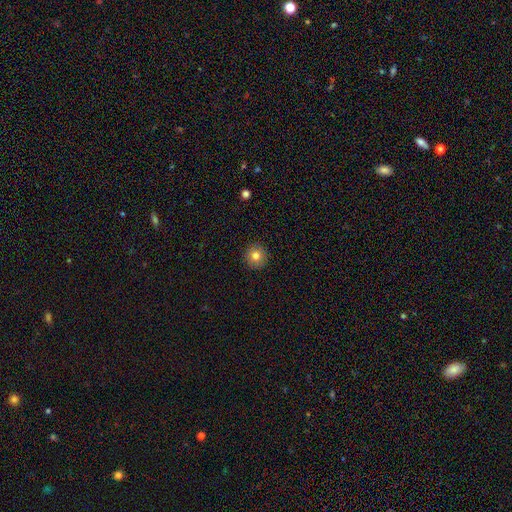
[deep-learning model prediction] Overall: smooth (80%). How rounded: round (94%). Merging: none (92%).